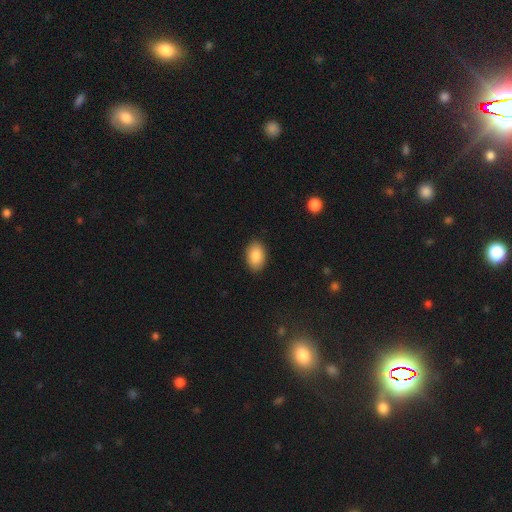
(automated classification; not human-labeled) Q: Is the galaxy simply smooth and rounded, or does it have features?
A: smooth — 88%.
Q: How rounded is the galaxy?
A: in between — 90%.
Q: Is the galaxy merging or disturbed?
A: none — 88%.